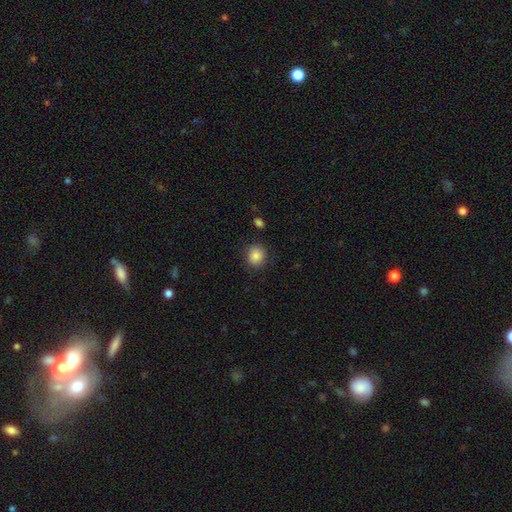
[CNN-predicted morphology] Overall: smooth (85%). How rounded: round (80%). Merging: none (85%).